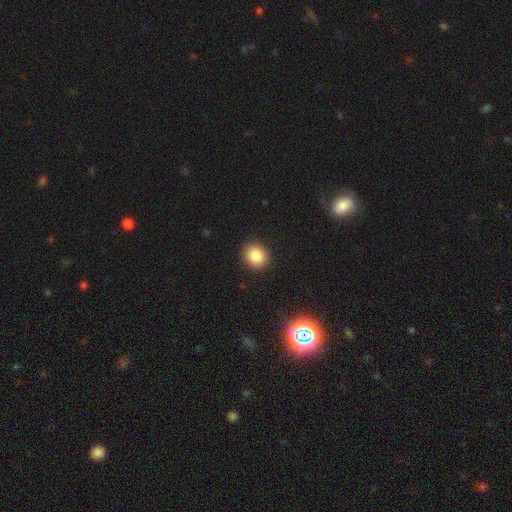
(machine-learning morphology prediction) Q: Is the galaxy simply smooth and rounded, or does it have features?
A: smooth — 84%.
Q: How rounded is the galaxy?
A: round — 83%.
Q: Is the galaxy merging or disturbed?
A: none — 91%.